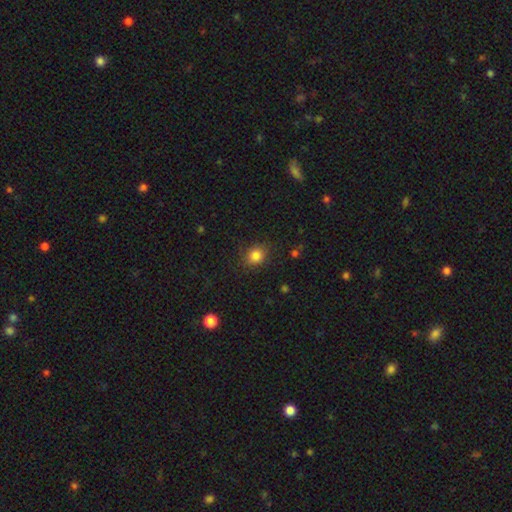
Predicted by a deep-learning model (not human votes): smooth 83%, star or artifact 11%, featured or disk 6%. Down the decision tree: how rounded — round (74%); merging — none (83%).